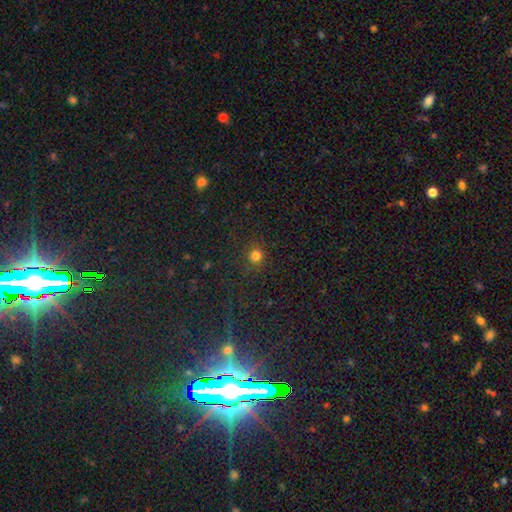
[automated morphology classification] smooth-or-featured: smooth: 77% | star or artifact: 19% | featured or disk: 4%
  how-rounded: round: 90% | in between: 9% | cigar-shaped: 1%
  merging: none: 87% | minor disturbance: 8% | major disturbance: 3% | merger: 2%